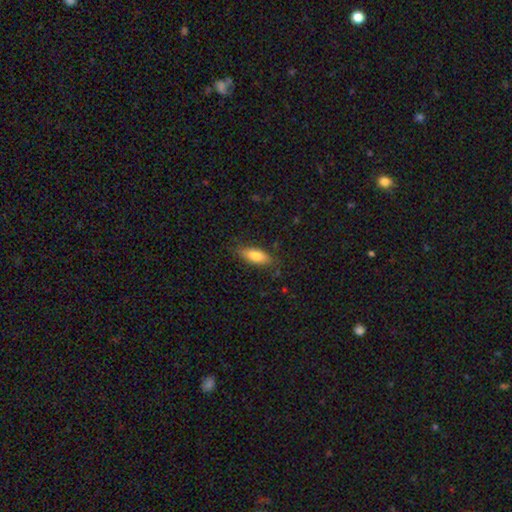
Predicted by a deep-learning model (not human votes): Morphology: type=smooth (75%); roundness=in between (67%); merging=none (80%).